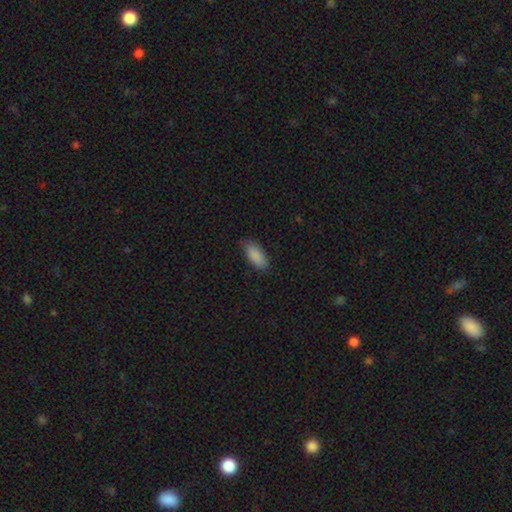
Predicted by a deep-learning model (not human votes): Overall: smooth (89%). How rounded: in between (86%). Merging: none (80%).